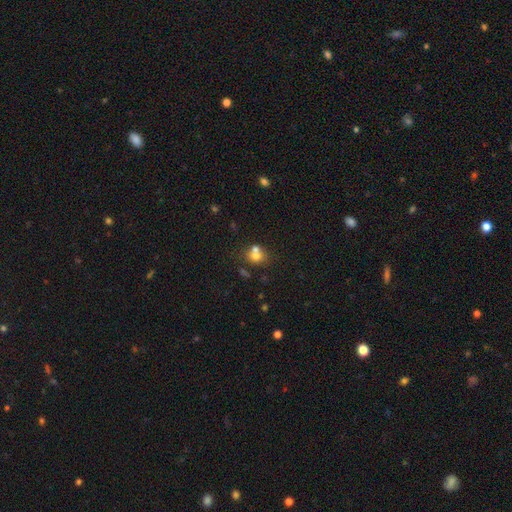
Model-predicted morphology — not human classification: This is likely a smooth galaxy (68%). How rounded: likely round (70%). Merging: possibly merger (50%).